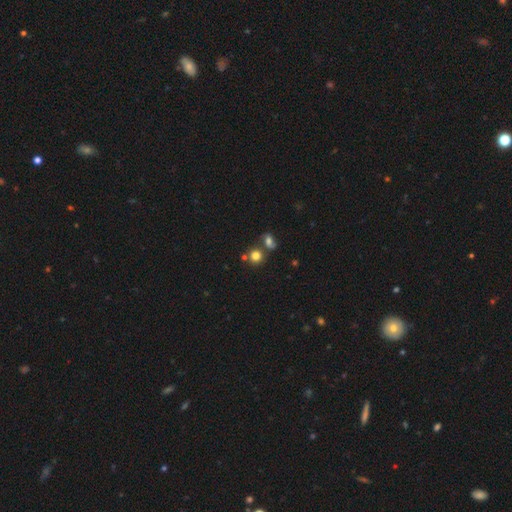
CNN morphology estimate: smooth-or-featured: smooth: 77% | star or artifact: 14% | featured or disk: 8%
  how-rounded: round: 86% | in between: 13% | cigar-shaped: 1%
  merging: none: 60% | merger: 27% | minor disturbance: 10% | major disturbance: 4%